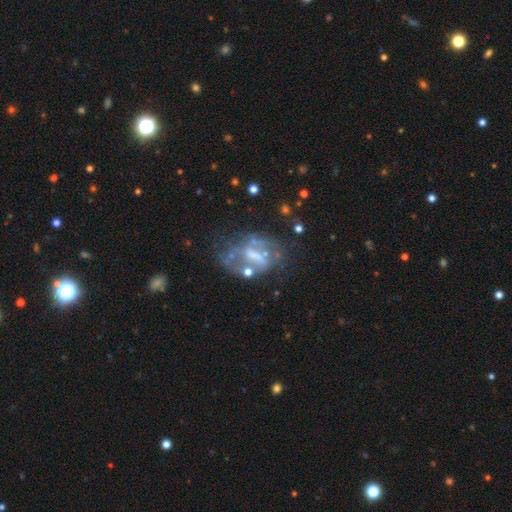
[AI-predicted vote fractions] This is likely a featured or disk galaxy (70%). It is clearly not viewed edge-on (95%). Bar: marginally weak (39%). Spiral arm pattern: possibly no (54%). Central bulge: marginally none (35%). Merging: marginally none (43%).